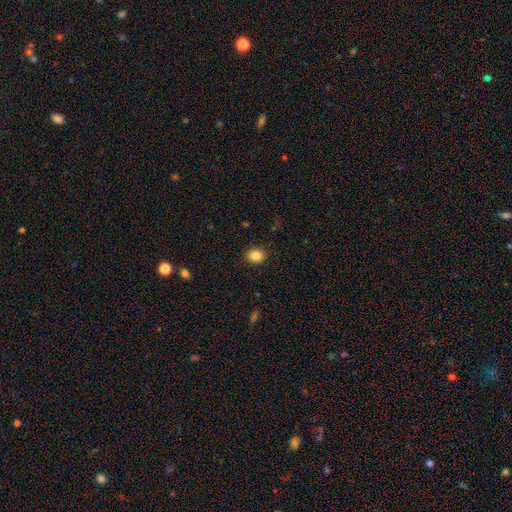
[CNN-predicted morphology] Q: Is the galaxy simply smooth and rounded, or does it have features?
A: smooth — 84%.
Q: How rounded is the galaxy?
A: round — 63%.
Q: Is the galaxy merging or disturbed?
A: none — 90%.